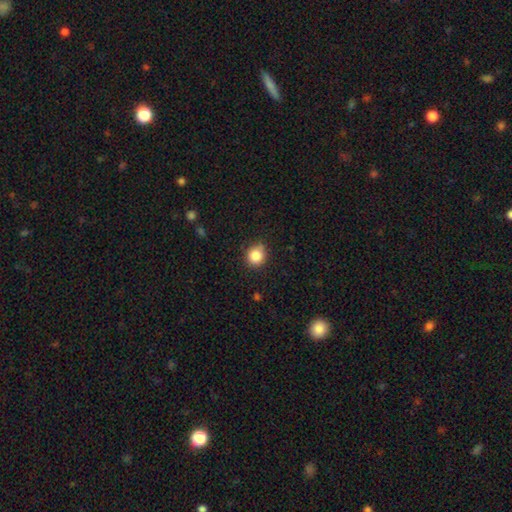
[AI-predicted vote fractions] The model was most divided on "merging": none: 80%, minor disturbance: 16%, major disturbance: 3%, merger: 2%. More confident: how rounded — round (86%); smooth or featured — smooth (85%).